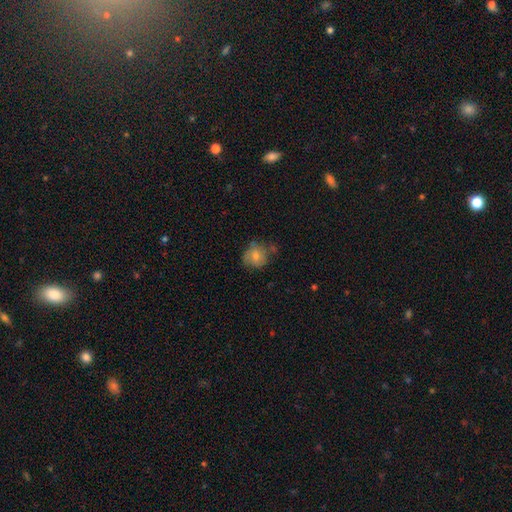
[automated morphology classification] A smooth galaxy with no disk features (72%) that is round (76%).

Vote fractions:
- Smooth or featured? smooth: 72% / featured or disk: 19% / star or artifact: 9%
- How rounded? round: 76% / in between: 23% / cigar-shaped: 1%
- Merging? none: 56% / minor disturbance: 29% / major disturbance: 10% / merger: 5%